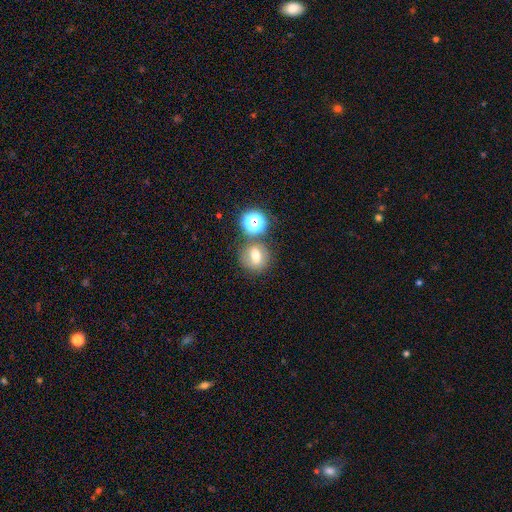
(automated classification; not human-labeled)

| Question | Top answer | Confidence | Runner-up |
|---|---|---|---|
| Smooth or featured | smooth | 60% | featured or disk (20%) |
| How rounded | round | 76% | in between (23%) |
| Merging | none | 66% | merger (17%) |